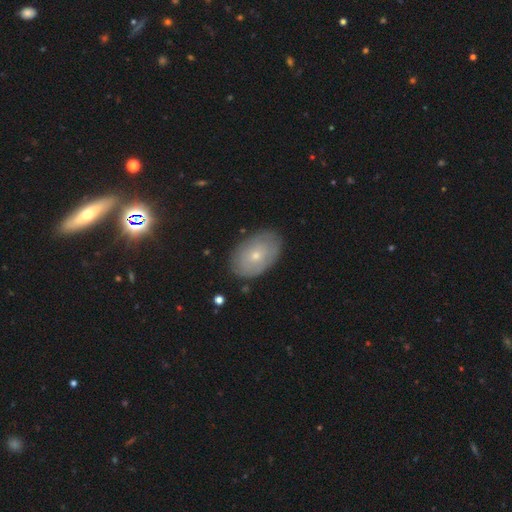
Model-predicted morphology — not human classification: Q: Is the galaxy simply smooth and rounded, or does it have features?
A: smooth — 51%.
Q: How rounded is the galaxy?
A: in between — 87%.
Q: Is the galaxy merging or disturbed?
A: none — 81%.